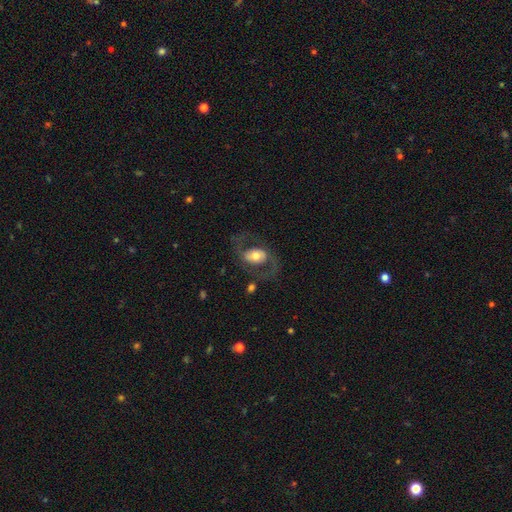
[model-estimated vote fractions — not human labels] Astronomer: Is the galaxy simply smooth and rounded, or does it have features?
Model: featured or disk — 66%.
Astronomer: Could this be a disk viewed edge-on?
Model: no — 95%.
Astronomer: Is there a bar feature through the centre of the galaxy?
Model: no — 54% (runner-up: weak, 29%).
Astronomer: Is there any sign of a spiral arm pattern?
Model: yes — 76%.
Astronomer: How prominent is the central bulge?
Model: moderate — 61%.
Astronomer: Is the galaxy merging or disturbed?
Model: none — 66%.